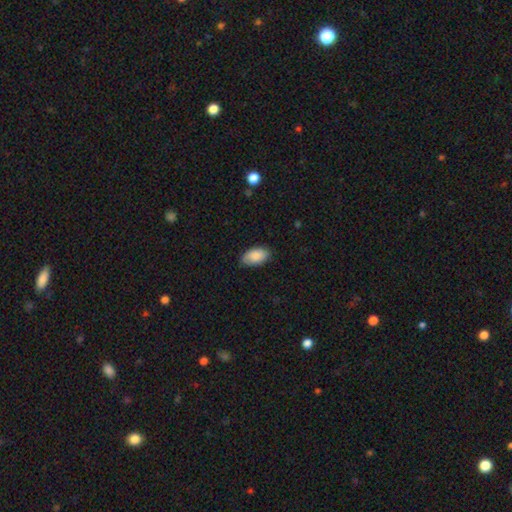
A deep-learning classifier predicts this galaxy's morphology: smooth 87%, featured or disk 7%, star or artifact 6%. Down the decision tree: how rounded — in between (94%); merging — none (80%).